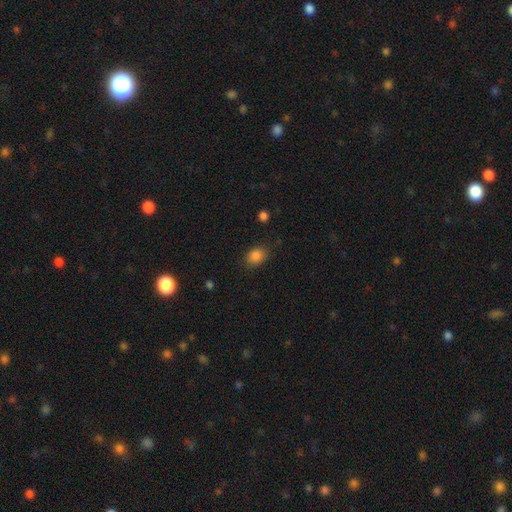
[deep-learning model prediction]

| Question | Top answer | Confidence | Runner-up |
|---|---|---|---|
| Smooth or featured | smooth | 86% | star or artifact (10%) |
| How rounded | in between | 60% | round (39%) |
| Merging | none | 78% | minor disturbance (16%) |